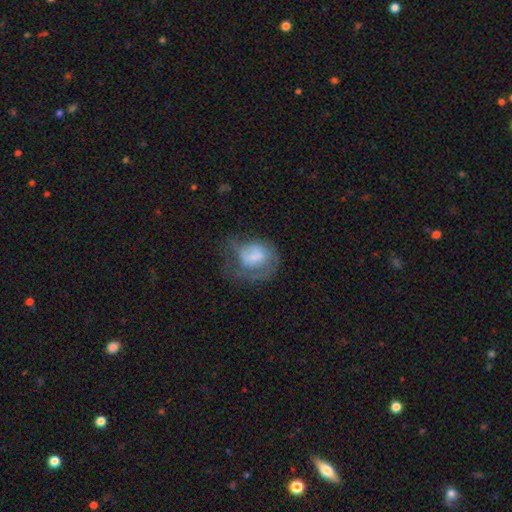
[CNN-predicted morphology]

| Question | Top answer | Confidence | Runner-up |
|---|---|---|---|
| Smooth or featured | smooth | 48% | featured or disk (43%) |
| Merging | major disturbance | 42% | none (30%) |